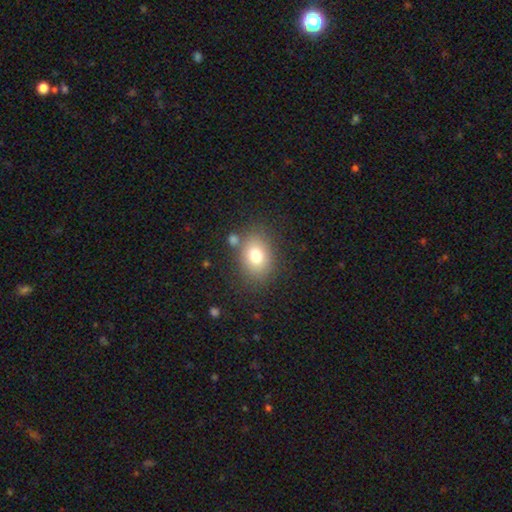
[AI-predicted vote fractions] This is likely a smooth galaxy (76%). How rounded: likely in between (62%). Merging: likely none (75%).